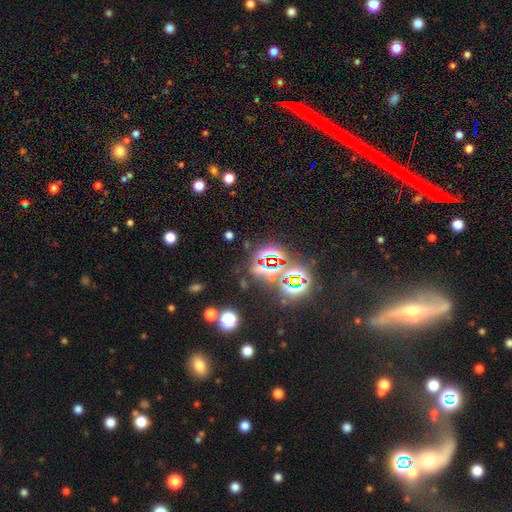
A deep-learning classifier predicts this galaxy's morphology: This appears to be a star or artifact, not a galaxy (75%).